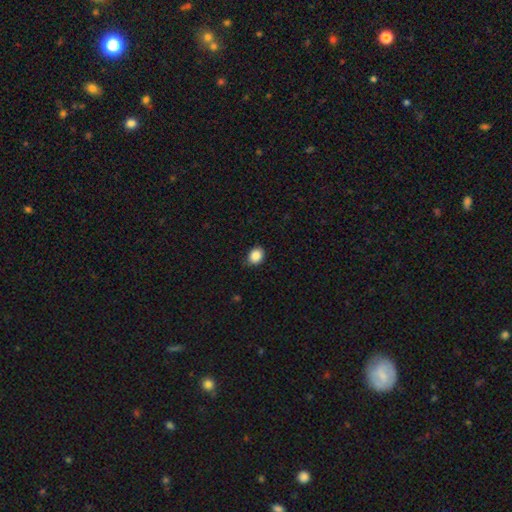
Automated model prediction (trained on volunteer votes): Morphology: type=smooth (87%); roundness=round (56%); merging=none (81%).